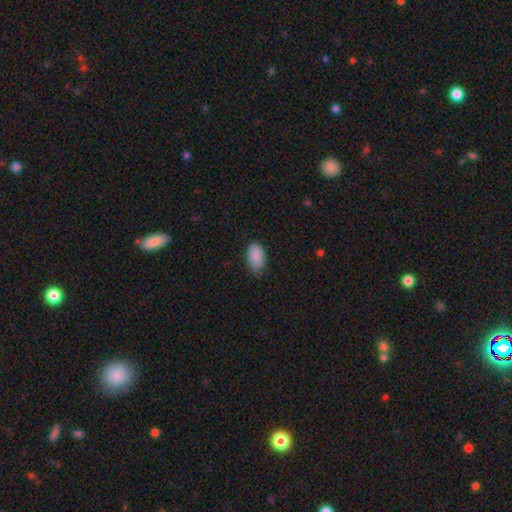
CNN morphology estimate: Q: Smooth or featured?
A: smooth (88%); runner-up: star or artifact (7%)
Q: How rounded?
A: in between (93%); runner-up: round (5%)
Q: Merging?
A: none (70%); runner-up: minor disturbance (25%)